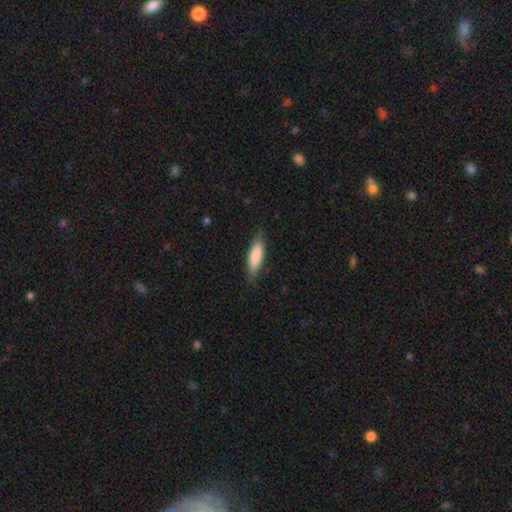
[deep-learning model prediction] smooth_or_featured: smooth (p=0.81) [alt: featured or disk p=0.14]
how_rounded: cigar-shaped (p=0.50) [alt: in between p=0.48]
merging: none (p=0.80) [alt: minor disturbance p=0.16]